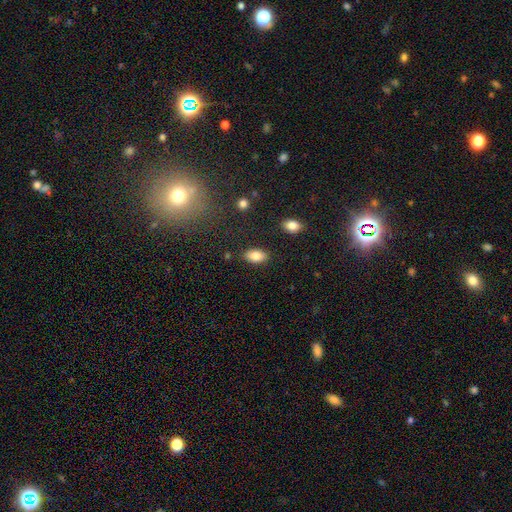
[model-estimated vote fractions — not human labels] smooth 85%, featured or disk 8%, star or artifact 8%. Down the decision tree: how rounded — in between (92%); merging — none (85%).